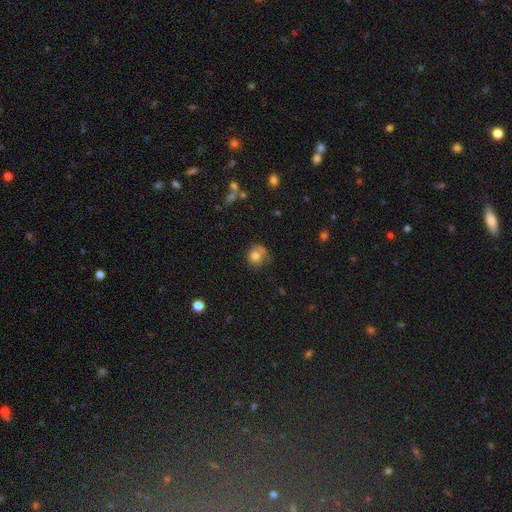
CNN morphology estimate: Overall: smooth (75%). How rounded: round (80%). Merging: none (56%; minor disturbance 27%).